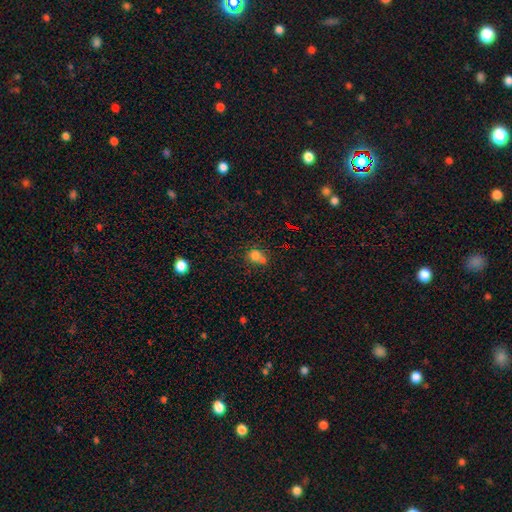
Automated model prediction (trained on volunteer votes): Smooth or featured: smooth — 73% (star or artifact — 17%)
How rounded: round — 76% (in between — 23%)
Merging: none — 45% (merger — 36%)